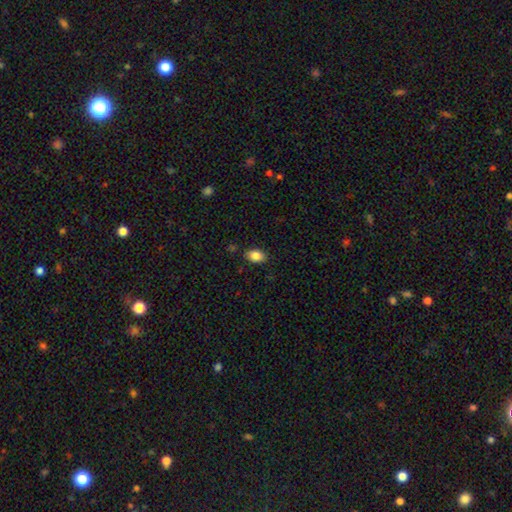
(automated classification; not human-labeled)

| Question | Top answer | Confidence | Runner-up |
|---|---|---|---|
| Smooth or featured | smooth | 85% | star or artifact (8%) |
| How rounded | in between | 86% | round (13%) |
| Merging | none | 85% | minor disturbance (11%) |